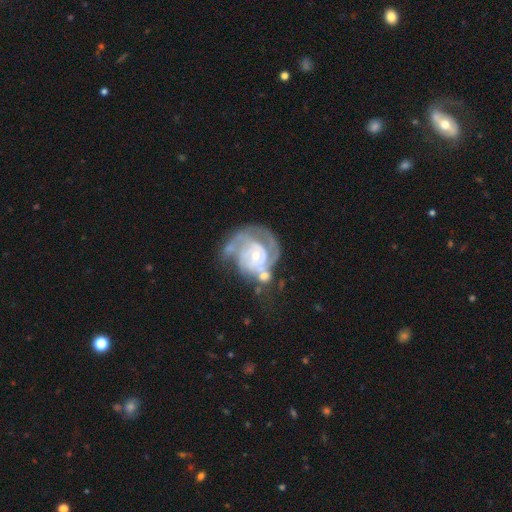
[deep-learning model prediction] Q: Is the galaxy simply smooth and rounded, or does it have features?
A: featured or disk — 88%.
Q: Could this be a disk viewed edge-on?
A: no — 98%.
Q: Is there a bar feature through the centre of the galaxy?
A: no — 63%.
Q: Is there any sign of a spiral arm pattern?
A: yes — 95%.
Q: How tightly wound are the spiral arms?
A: tight — 63%.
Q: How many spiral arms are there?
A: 2 — 39%.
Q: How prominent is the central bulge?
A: small — 54%.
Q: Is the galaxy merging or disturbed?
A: none — 38%.